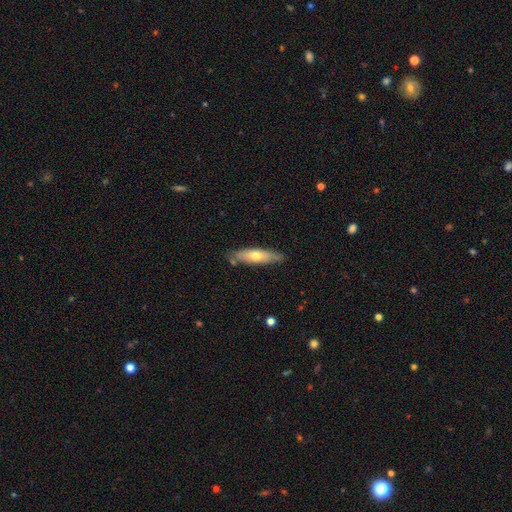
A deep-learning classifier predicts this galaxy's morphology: A smooth galaxy with no disk features (56%) that is cigar-shaped (66%). Merging: none (78%).